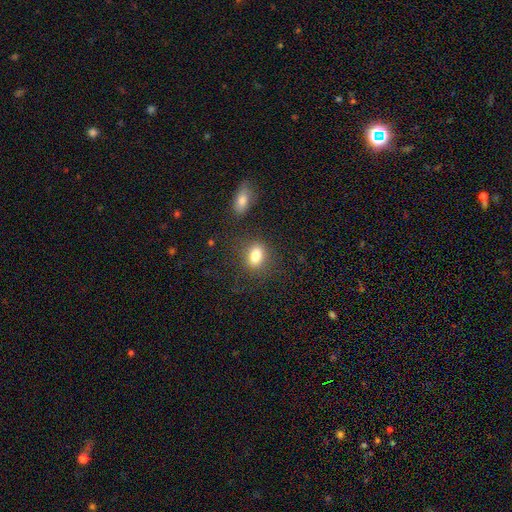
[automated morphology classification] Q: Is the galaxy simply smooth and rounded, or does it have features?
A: smooth — 83%.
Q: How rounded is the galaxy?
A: in between — 70%.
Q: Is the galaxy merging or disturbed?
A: none — 78%.